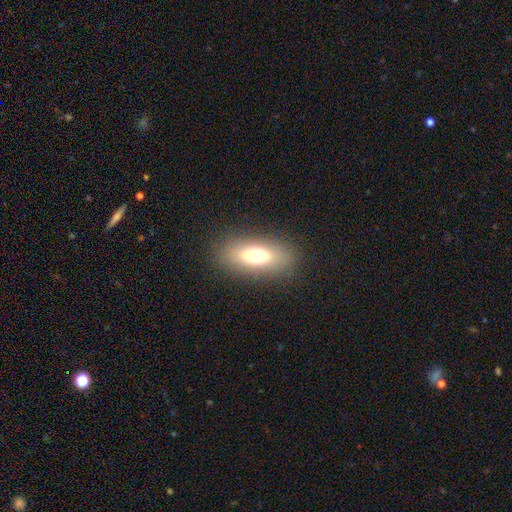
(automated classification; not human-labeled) smooth_or_featured: smooth (p=0.66) [alt: featured or disk p=0.22]
how_rounded: in between (p=0.73) [alt: cigar-shaped p=0.22]
merging: none (p=0.85) [alt: minor disturbance p=0.09]